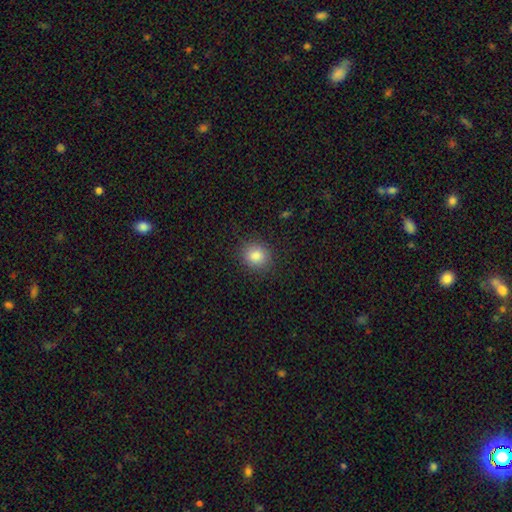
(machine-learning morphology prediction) Smooth or featured: smooth — 85% (star or artifact — 10%)
How rounded: round — 83% (in between — 16%)
Merging: none — 89% (minor disturbance — 7%)